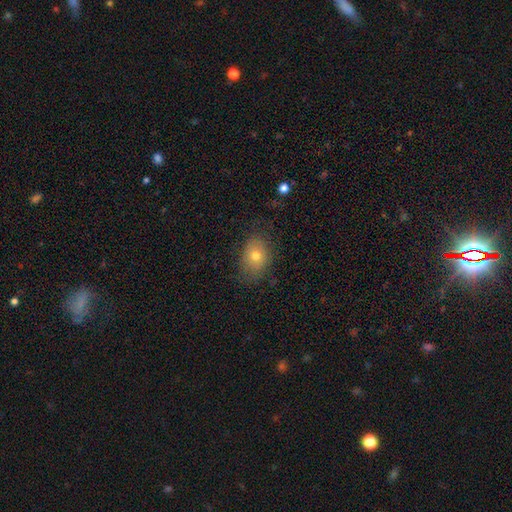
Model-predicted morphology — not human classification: A smooth galaxy with no disk features (72%) that is in between round and cigar-shaped (68%).

Vote fractions:
- Smooth or featured? smooth: 72% / featured or disk: 16% / star or artifact: 11%
- How rounded? in between: 68% / round: 31% / cigar-shaped: 1%
- Merging? none: 72% / minor disturbance: 19% / major disturbance: 7% / merger: 1%